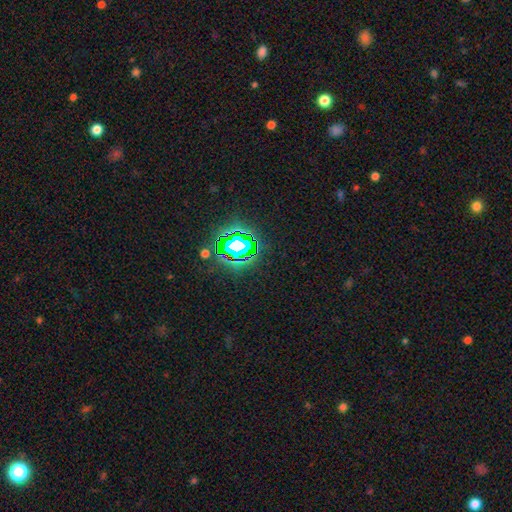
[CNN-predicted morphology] The model was most divided on "smooth or featured": star or artifact: 83%, smooth: 11%, featured or disk: 6%.